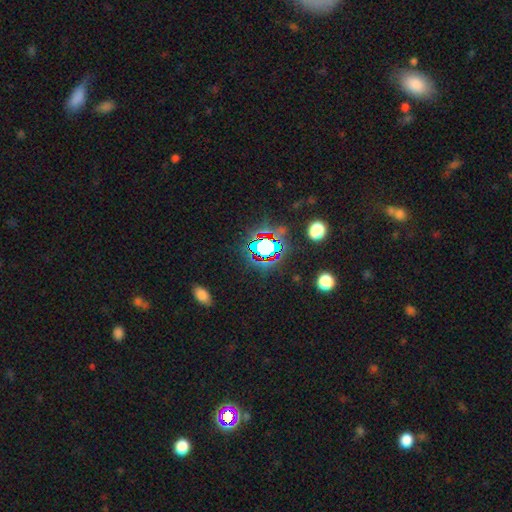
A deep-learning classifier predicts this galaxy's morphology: type=star or artifact (67%).